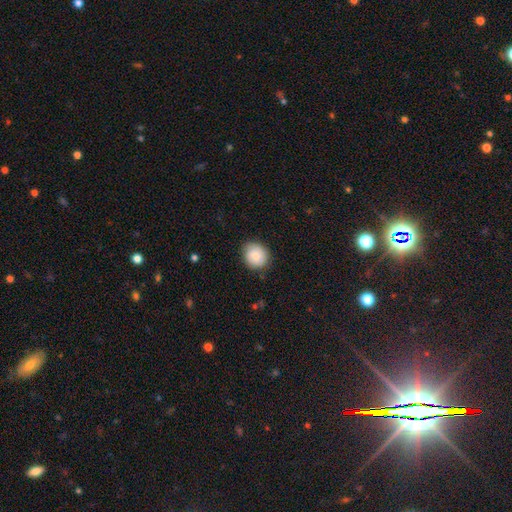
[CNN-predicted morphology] smooth_or_featured: smooth (p=0.82) [alt: featured or disk p=0.11]
how_rounded: round (p=0.76) [alt: in between p=0.23]
merging: none (p=0.81) [alt: minor disturbance p=0.15]